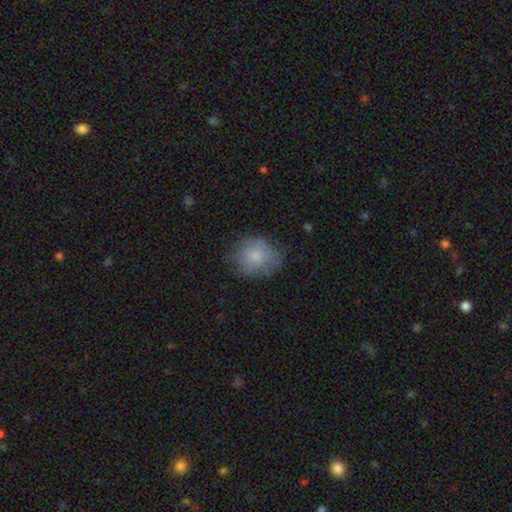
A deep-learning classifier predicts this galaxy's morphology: The model was most divided on "how rounded": round: 66%, in between: 33%, cigar-shaped: 1%. More confident: smooth or featured — smooth (78%); merging — none (65%).